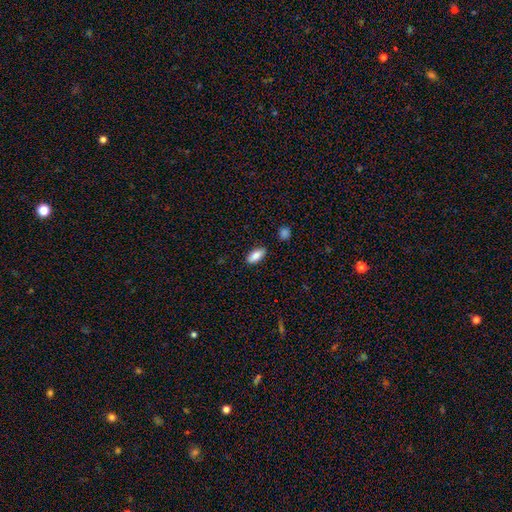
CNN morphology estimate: Smooth or featured? smooth (84%)
How rounded? in between (84%)
Merging? none (86%)